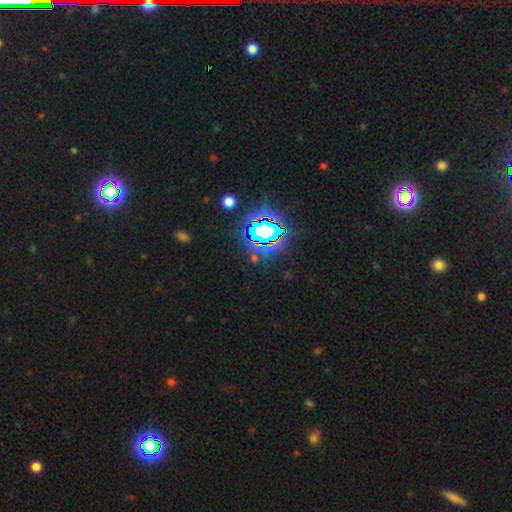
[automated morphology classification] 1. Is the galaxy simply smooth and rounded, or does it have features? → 76% star or artifact, 14% smooth, 10% featured or disk.